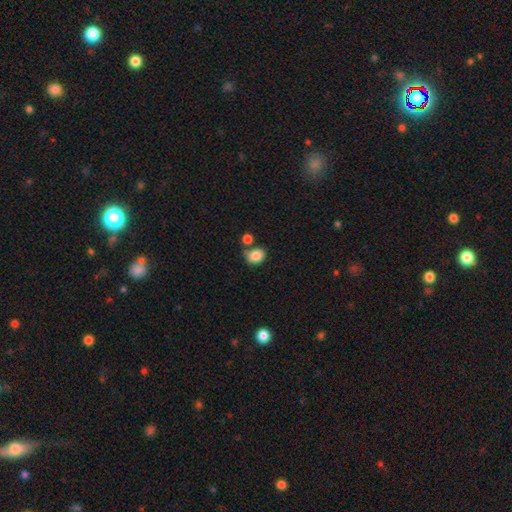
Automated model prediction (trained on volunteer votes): Smooth or featured: smooth — 85% (star or artifact — 9%)
How rounded: round — 50% (in between — 49%)
Merging: none — 64% (merger — 19%)